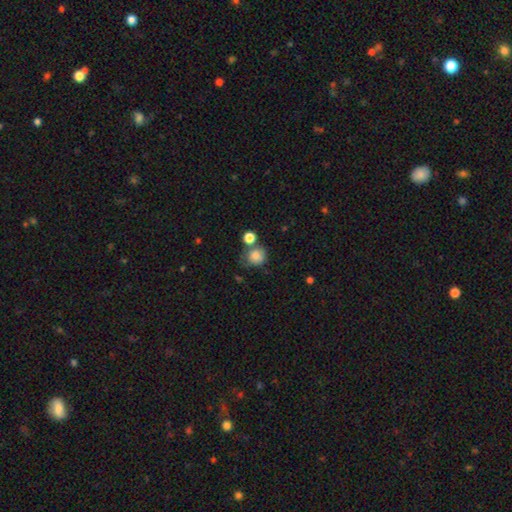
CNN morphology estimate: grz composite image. It shows a smooth galaxy with no disk features (80%) that is round (82%). Merging: none (52%).